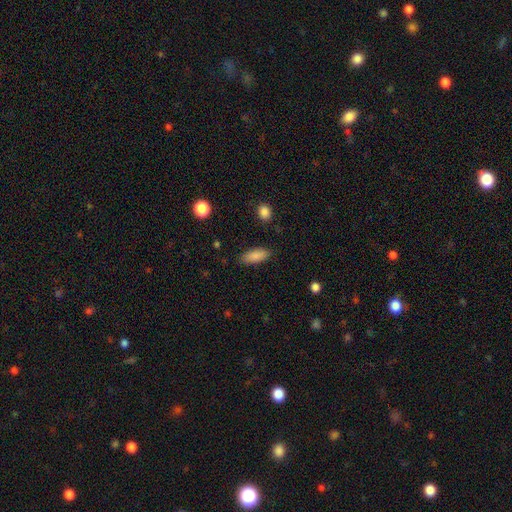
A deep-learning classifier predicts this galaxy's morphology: type=smooth (87%); roundness=in between (78%); merging=none (84%).